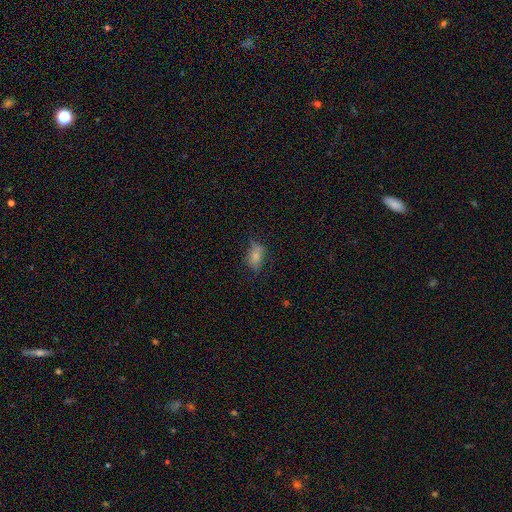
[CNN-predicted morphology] The model was most divided on "merging": none: 61%, minor disturbance: 28%, major disturbance: 9%, merger: 2%. More confident: how rounded — in between (81%); smooth or featured — smooth (73%).